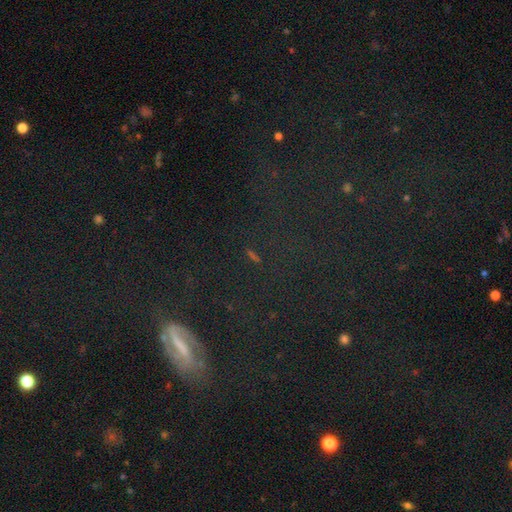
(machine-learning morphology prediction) Smooth or featured: star or artifact — 63% (smooth — 22%)